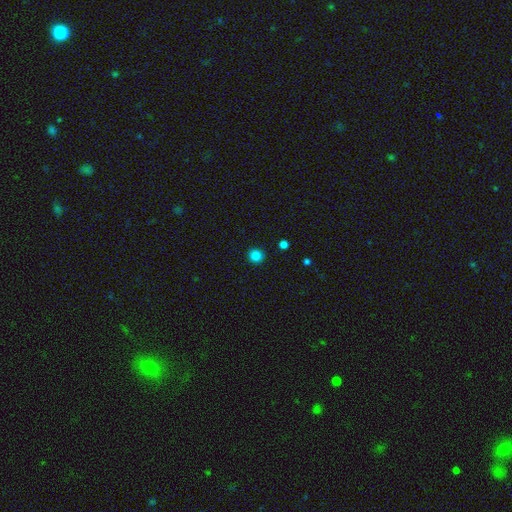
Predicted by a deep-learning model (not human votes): Smooth or featured: smooth — 84% (star or artifact — 12%)
How rounded: round — 93% (in between — 6%)
Merging: none — 92% (minor disturbance — 5%)